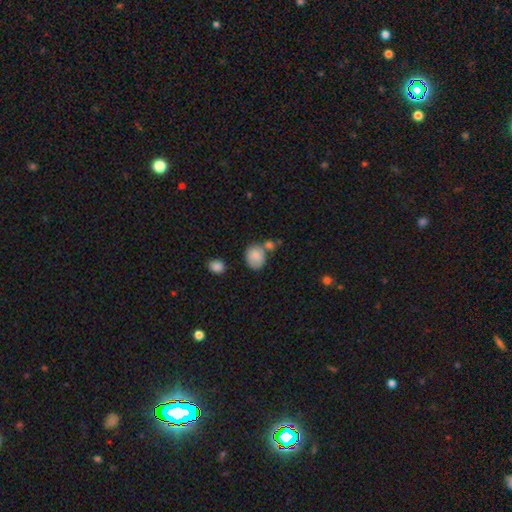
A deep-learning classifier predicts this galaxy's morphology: type=smooth (83%); roundness=round (57%); merging=none (54%).